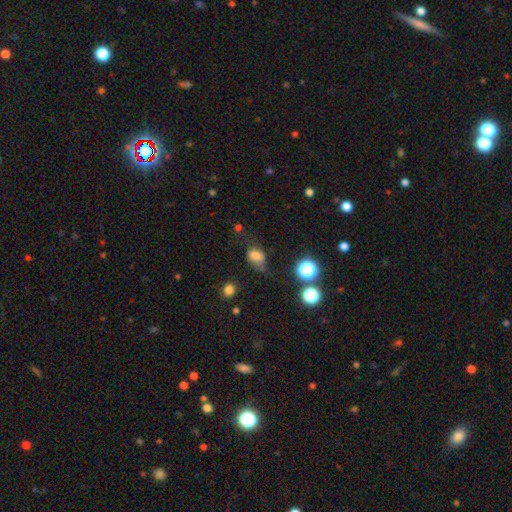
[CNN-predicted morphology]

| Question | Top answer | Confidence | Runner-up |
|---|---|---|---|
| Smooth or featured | smooth | 68% | featured or disk (16%) |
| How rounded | in between | 73% | round (26%) |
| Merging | none | 41% | minor disturbance (33%) |